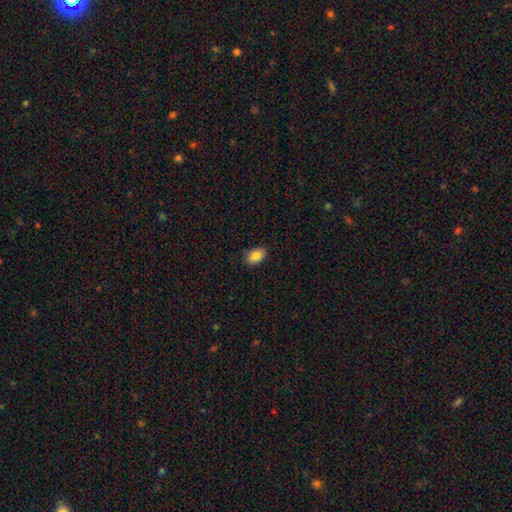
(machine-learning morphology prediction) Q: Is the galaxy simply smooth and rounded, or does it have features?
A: smooth — 87%.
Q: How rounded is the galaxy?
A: in between — 90%.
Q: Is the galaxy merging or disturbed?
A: none — 89%.